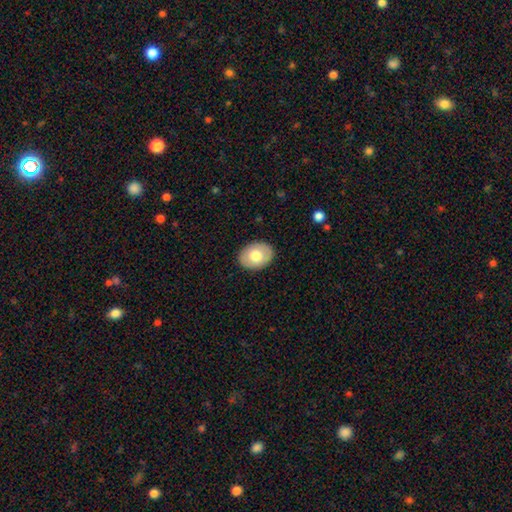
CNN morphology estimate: Smooth or featured? Predicted: smooth (p=0.72). How rounded? Predicted: in between (p=0.69). Merging? Predicted: none (p=0.89).